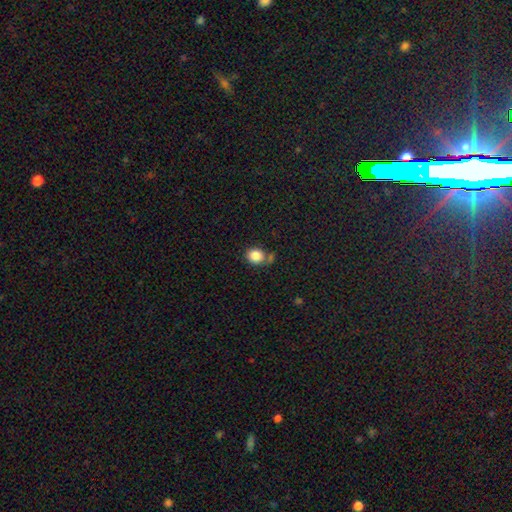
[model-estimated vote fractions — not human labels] A smooth galaxy with no disk features (86%) that is round (71%). Merging: none (62%).